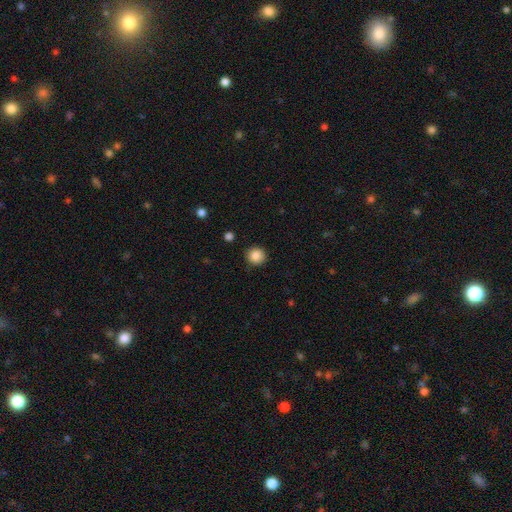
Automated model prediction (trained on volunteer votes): Smooth or featured?
  - smooth: 86% *
  - star or artifact: 9%
  - featured or disk: 4%
How rounded?
  - round: 91% *
  - in between: 8%
  - cigar-shaped: 1%
Merging?
  - none: 90% *
  - minor disturbance: 7%
  - major disturbance: 2%
  - merger: 1%